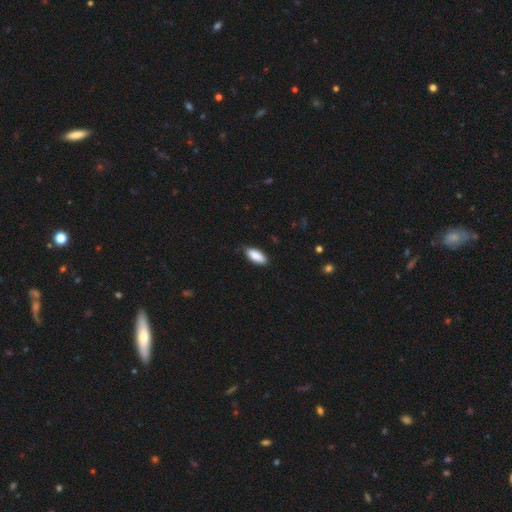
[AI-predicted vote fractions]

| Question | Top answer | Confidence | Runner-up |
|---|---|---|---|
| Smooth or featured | smooth | 88% | star or artifact (6%) |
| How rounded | in between | 83% | cigar-shaped (15%) |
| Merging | none | 81% | minor disturbance (16%) |